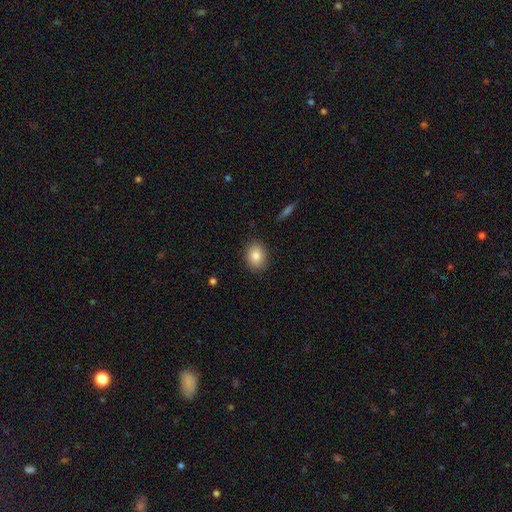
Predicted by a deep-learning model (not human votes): Smooth or featured? Predicted: smooth (p=0.83). How rounded? Predicted: in between (p=0.60). Merging? Predicted: none (p=0.88).